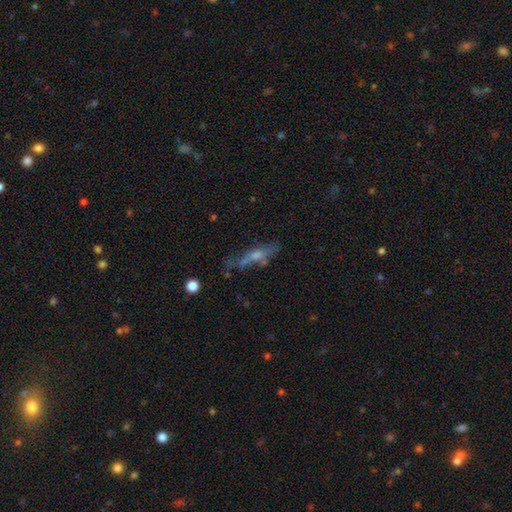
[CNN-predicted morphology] This appears to be a featured or disk galaxy (47%). Merging: none (51%).